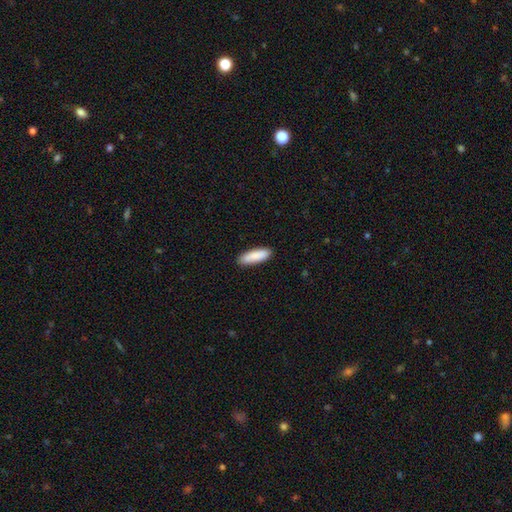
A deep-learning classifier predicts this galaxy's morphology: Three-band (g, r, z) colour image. It shows a smooth galaxy with no disk features (88%) that is in between round and cigar-shaped (51%). Merging: none (86%).